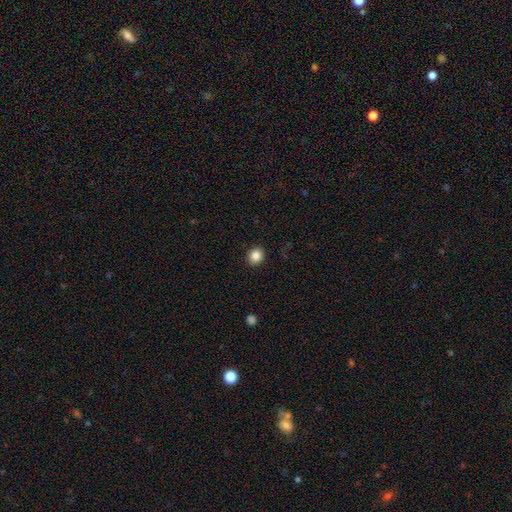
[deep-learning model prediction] Smooth or featured?
  - smooth: 86% *
  - star or artifact: 10%
  - featured or disk: 4%
How rounded?
  - round: 75% *
  - in between: 24%
  - cigar-shaped: 1%
Merging?
  - none: 91% *
  - minor disturbance: 6%
  - major disturbance: 2%
  - merger: 1%